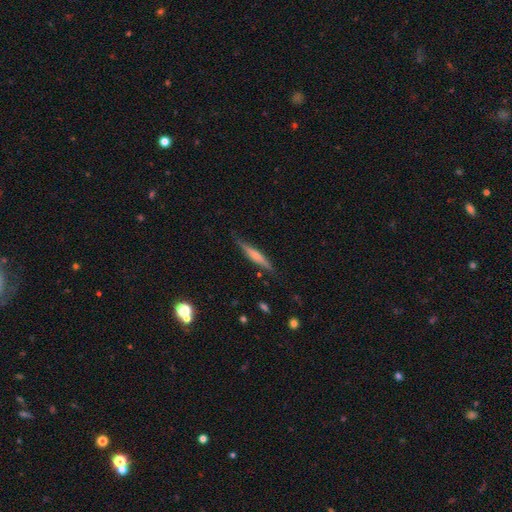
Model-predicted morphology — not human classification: smooth_or_featured: smooth (p=0.50) [alt: featured or disk p=0.44]
how_rounded: cigar-shaped (p=0.91) [alt: in between p=0.08]
merging: none (p=0.82) [alt: minor disturbance p=0.14]